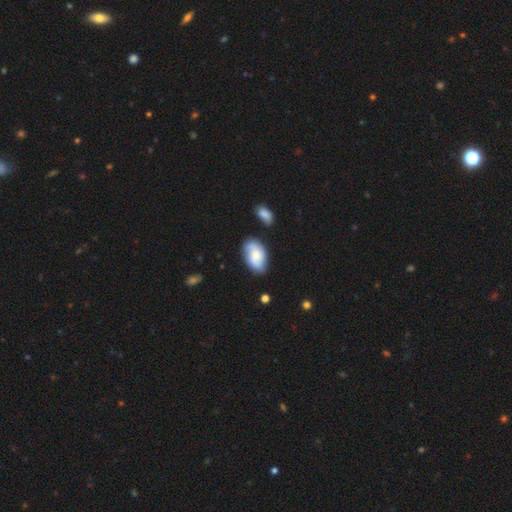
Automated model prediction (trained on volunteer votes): A smooth galaxy with no disk features (56%) that is in between round and cigar-shaped (91%). Merging: none (70%).